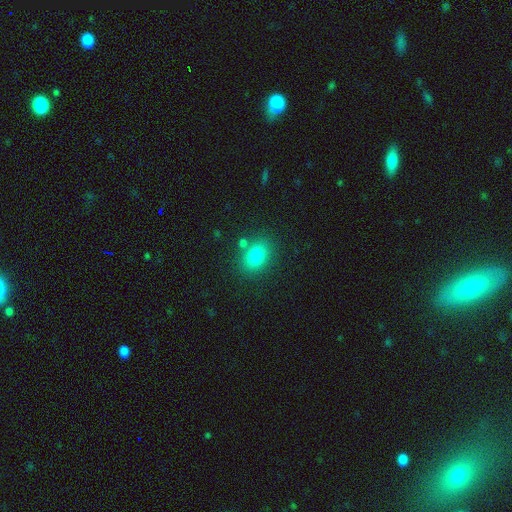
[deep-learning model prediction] smooth_or_featured: smooth (p=0.81) [alt: star or artifact p=0.11]
how_rounded: in between (p=0.70) [alt: round p=0.29]
merging: none (p=0.76) [alt: minor disturbance p=0.12]